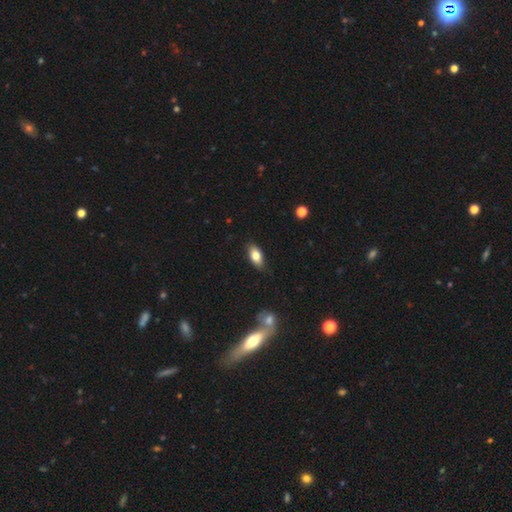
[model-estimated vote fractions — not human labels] smooth-or-featured: smooth: 79% | featured or disk: 14% | star or artifact: 8%
  how-rounded: in between: 89% | cigar-shaped: 7% | round: 4%
  merging: none: 83% | minor disturbance: 13% | major disturbance: 2% | merger: 1%